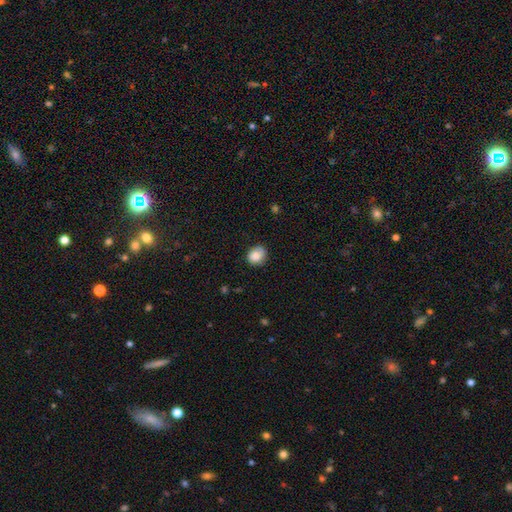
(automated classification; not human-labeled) A smooth galaxy with no disk features (83%) that is round (59%). Merging: none (68%).